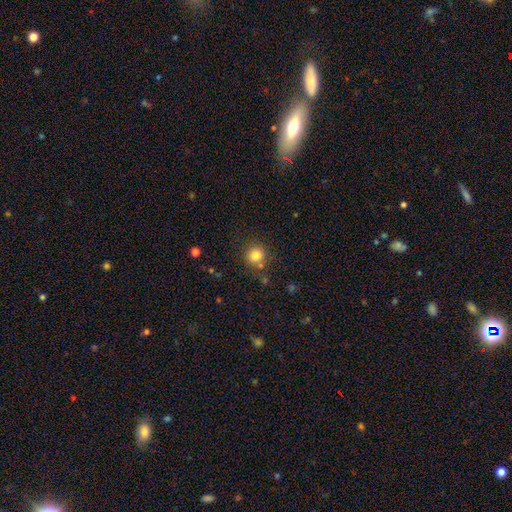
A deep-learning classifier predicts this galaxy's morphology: A smooth galaxy with no disk features (81%) that is round (92%). Merging: none (76%).